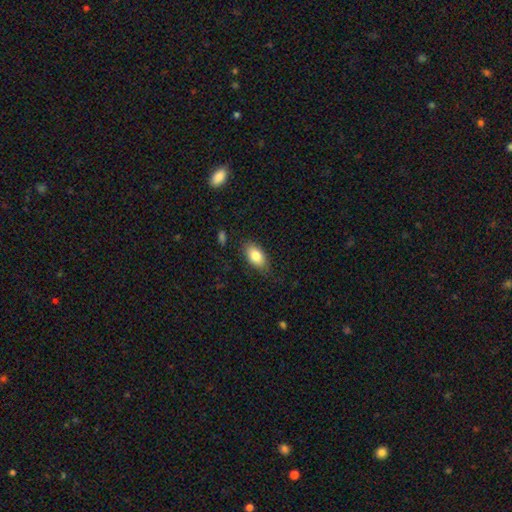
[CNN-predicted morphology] The model was most divided on "merging": none: 80%, minor disturbance: 15%, major disturbance: 4%, merger: 1%. More confident: how rounded — in between (91%); smooth or featured — smooth (81%).